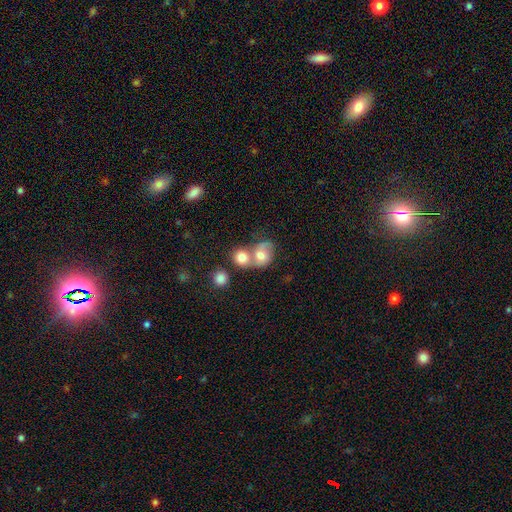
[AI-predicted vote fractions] This is possibly a smooth galaxy (47%). Merging: possibly merger (50%).